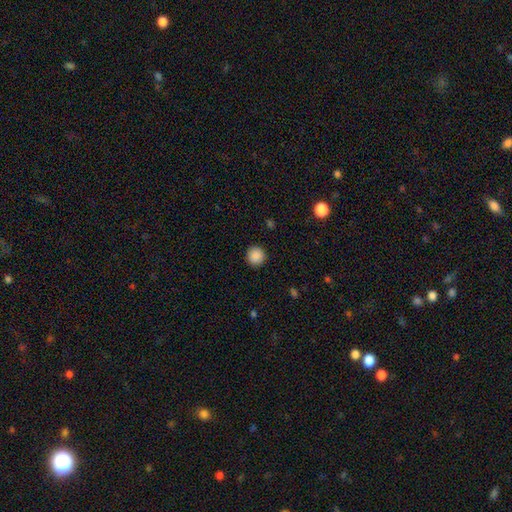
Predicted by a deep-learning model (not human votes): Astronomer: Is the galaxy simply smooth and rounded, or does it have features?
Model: smooth — 89%.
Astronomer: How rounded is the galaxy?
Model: round — 94%.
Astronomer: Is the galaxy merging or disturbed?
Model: none — 92%.